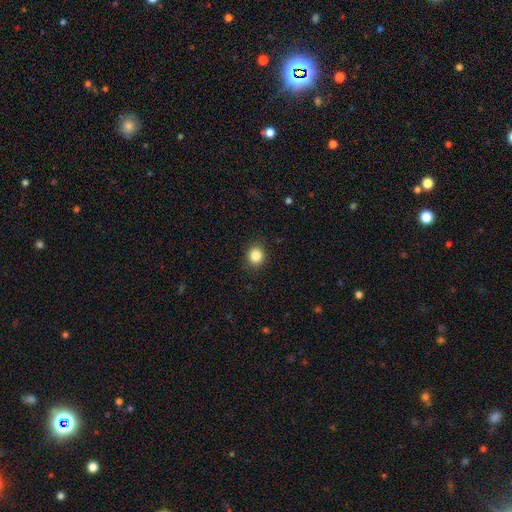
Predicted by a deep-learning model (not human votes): A smooth galaxy with no disk features (85%) that is round (82%).

Vote fractions:
- Smooth or featured? smooth: 85% / star or artifact: 11% / featured or disk: 5%
- How rounded? round: 82% / in between: 17% / cigar-shaped: 1%
- Merging? none: 90% / minor disturbance: 7% / major disturbance: 2% / merger: 1%